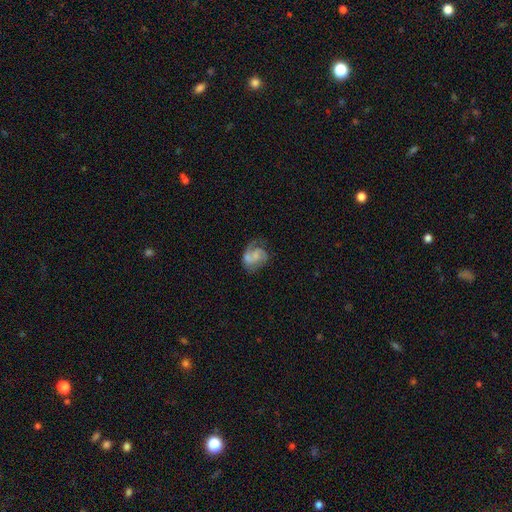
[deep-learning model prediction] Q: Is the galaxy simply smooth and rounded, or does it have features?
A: featured or disk — 67%.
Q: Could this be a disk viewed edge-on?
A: no — 98%.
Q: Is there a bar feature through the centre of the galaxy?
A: no — 60%.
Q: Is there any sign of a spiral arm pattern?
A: yes — 87%.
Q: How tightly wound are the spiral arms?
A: medium — 46%.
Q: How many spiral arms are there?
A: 2 — 62%.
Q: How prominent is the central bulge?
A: small — 37%.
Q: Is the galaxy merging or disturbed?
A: none — 47%.